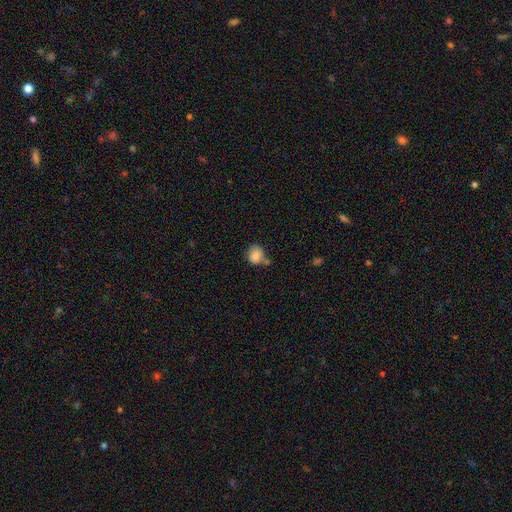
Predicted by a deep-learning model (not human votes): Smooth or featured: smooth — 85% (star or artifact — 9%)
How rounded: round — 68% (in between — 31%)
Merging: none — 56% (minor disturbance — 20%)